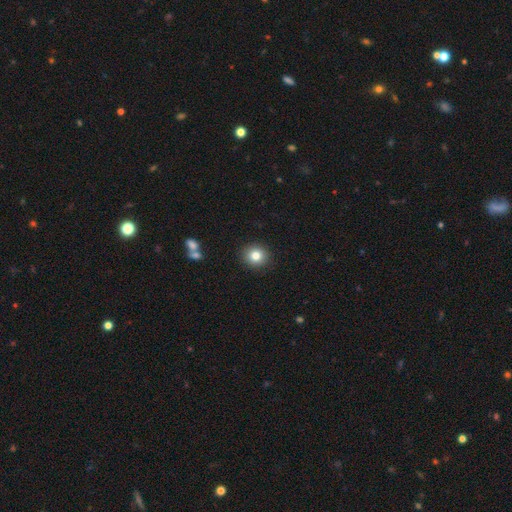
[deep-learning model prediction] smooth 81%, star or artifact 11%, featured or disk 8%. Down the decision tree: how rounded — round (89%); merging — none (91%).